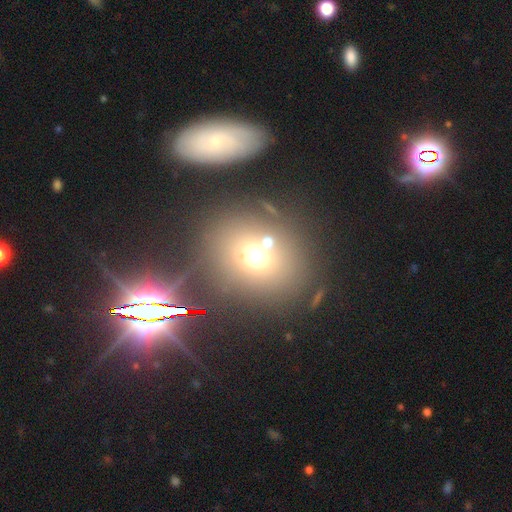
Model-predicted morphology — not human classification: A smooth galaxy with no disk features (58%) that is round (74%). Merging: none (71%).